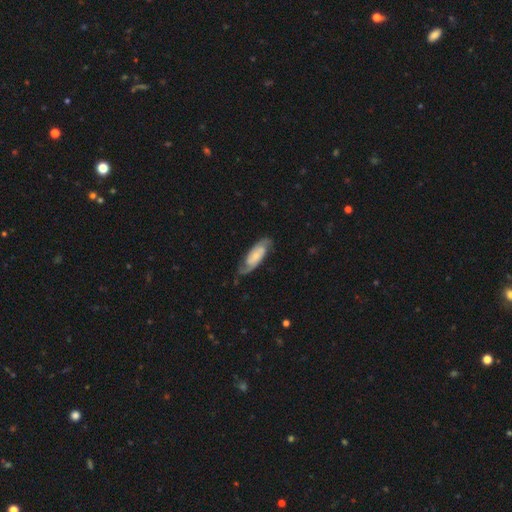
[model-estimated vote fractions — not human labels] This is likely a featured or disk galaxy (76%). It is clearly not viewed edge-on (92%). Bar: possibly no (55%). Spiral arm pattern: clearly yes (96%). Spiral arm count: clearly 2 (88%). Spiral winding: marginally medium (44%). Central bulge: marginally small (44%). Merging: likely none (77%).